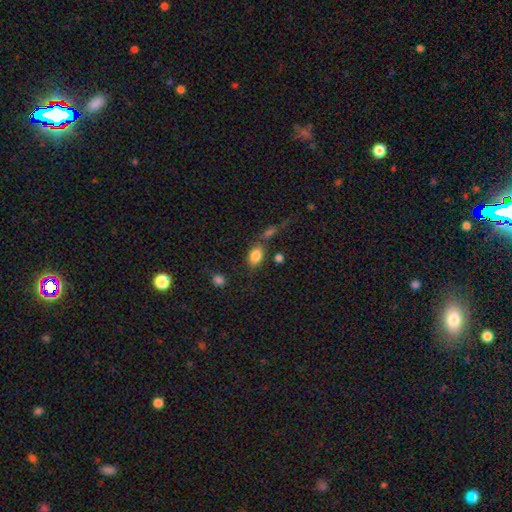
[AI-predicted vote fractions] This is clearly a smooth galaxy (84%). How rounded: clearly in between (81%). Merging: likely none (66%).